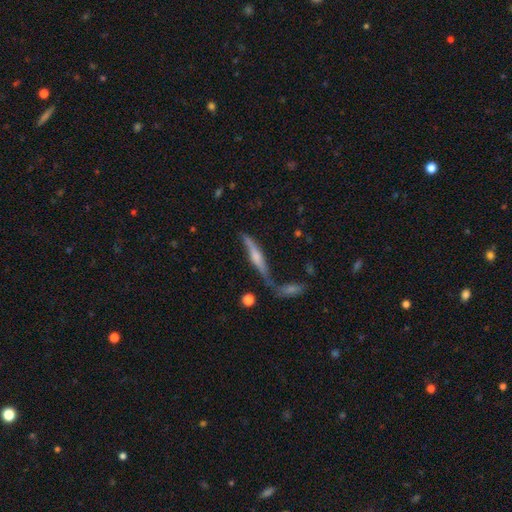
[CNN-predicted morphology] A featured or disk galaxy (68%) viewed edge-on (87%) with a rounded central bulge (69%). Merging: none (50%).